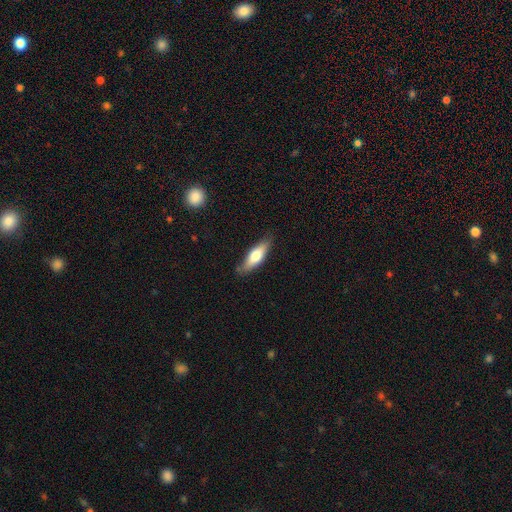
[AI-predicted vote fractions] Q: Smooth or featured?
A: smooth (63%); runner-up: featured or disk (31%)
Q: How rounded?
A: cigar-shaped (50%); runner-up: in between (48%)
Q: Merging?
A: none (79%); runner-up: minor disturbance (16%)